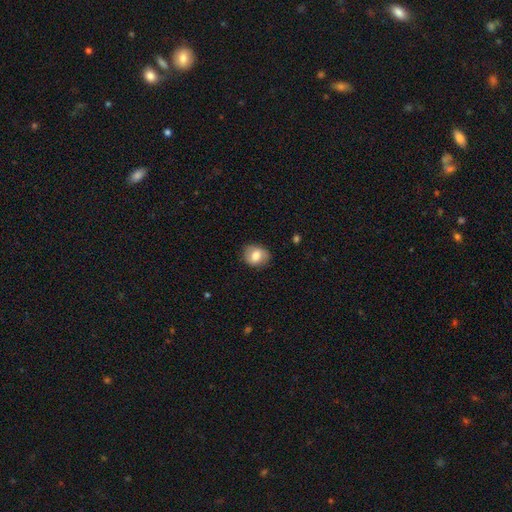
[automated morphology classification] smooth_or_featured: smooth (p=0.70) [alt: featured or disk p=0.22]
how_rounded: round (p=0.56) [alt: in between p=0.43]
merging: none (p=0.83) [alt: minor disturbance p=0.13]